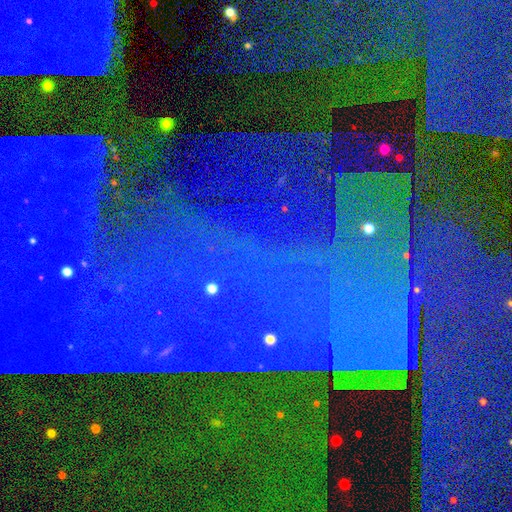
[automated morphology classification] Smooth or featured? star or artifact (86%)